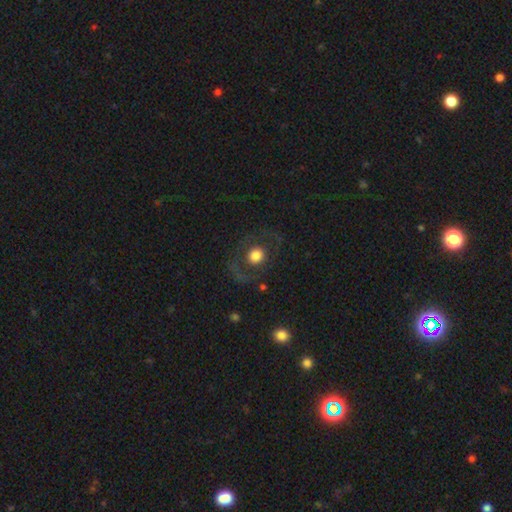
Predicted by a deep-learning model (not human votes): Smooth or featured: smooth — 57% (featured or disk — 34%)
How rounded: round — 75% (in between — 24%)
Merging: none — 76% (minor disturbance — 11%)